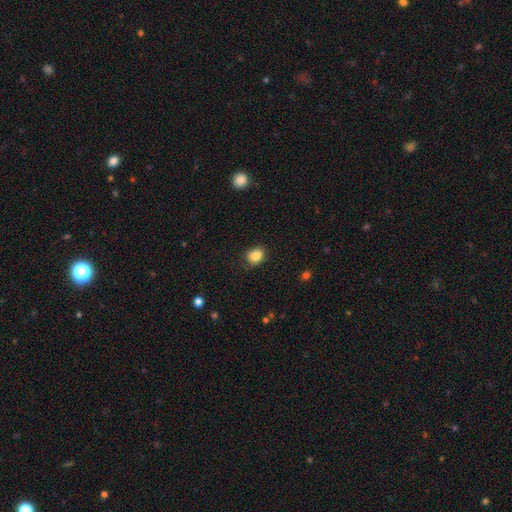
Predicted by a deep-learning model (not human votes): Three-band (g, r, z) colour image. It shows a smooth galaxy with no disk features (87%) that is round (56%). Merging: none (80%).